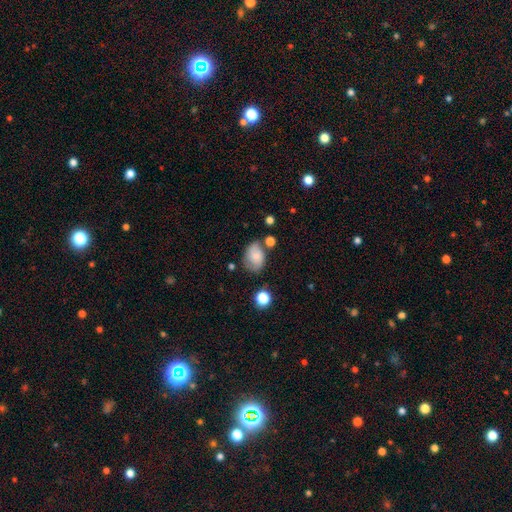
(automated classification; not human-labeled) A smooth galaxy with no disk features (65%) that is in between round and cigar-shaped (73%). Merging: none (56%).